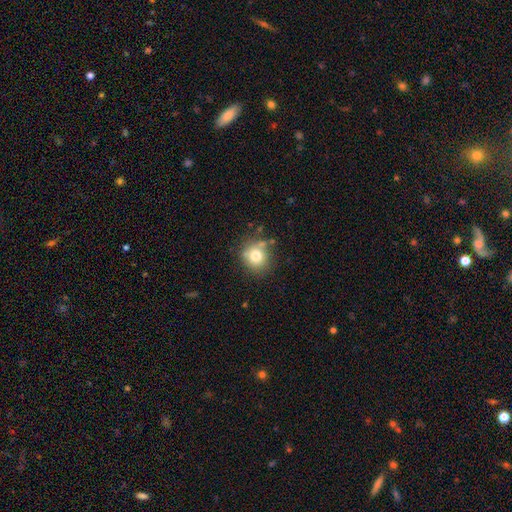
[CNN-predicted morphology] smooth-or-featured: smooth: 76% | star or artifact: 12% | featured or disk: 12%
  how-rounded: round: 83% | in between: 17% | cigar-shaped: 1%
  merging: none: 72% | minor disturbance: 16% | merger: 7% | major disturbance: 5%